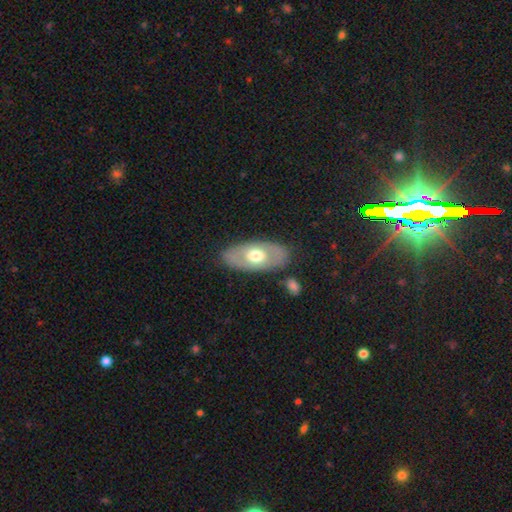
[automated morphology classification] Smooth or featured? smooth (48%)
Merging? none (81%)